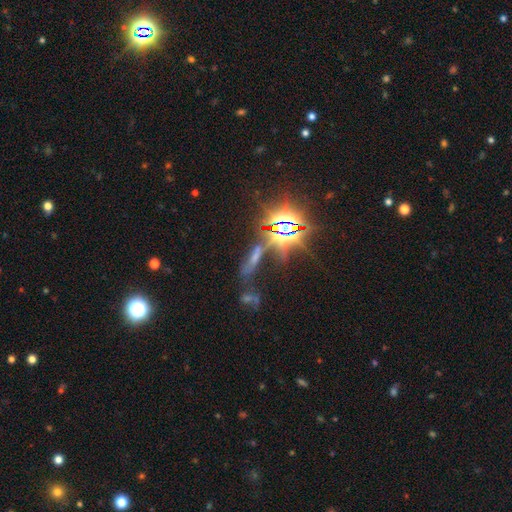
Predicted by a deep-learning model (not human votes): star or artifact 65%, smooth 19%, featured or disk 17%.